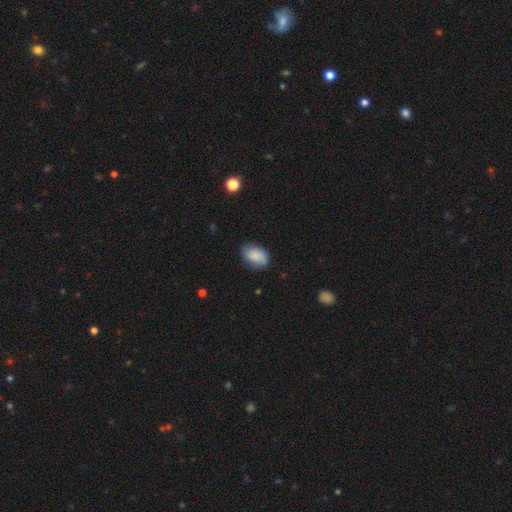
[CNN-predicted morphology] Q: Smooth or featured?
A: smooth (79%); runner-up: featured or disk (14%)
Q: How rounded?
A: in between (88%); runner-up: round (11%)
Q: Merging?
A: none (74%); runner-up: minor disturbance (20%)